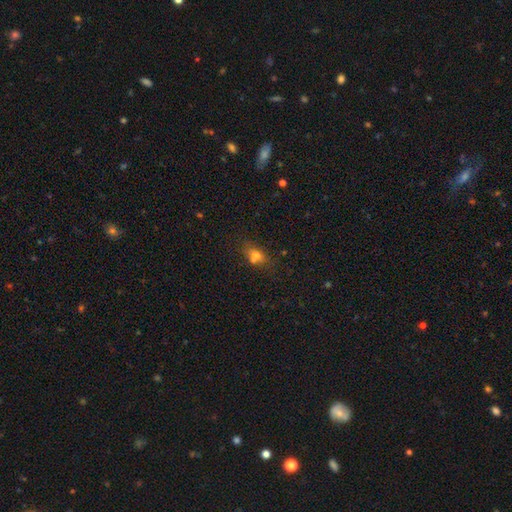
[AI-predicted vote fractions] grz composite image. It shows a smooth galaxy with no disk features (70%) that is in between round and cigar-shaped (64%). Merging: none (48%).